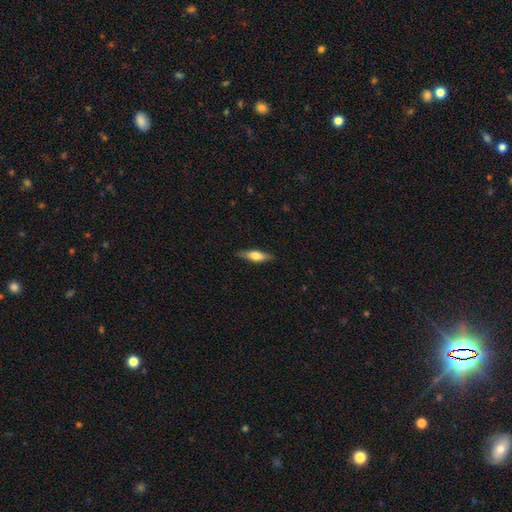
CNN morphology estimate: smooth_or_featured: smooth (p=0.50) [alt: featured or disk p=0.44]
merging: none (p=0.87) [alt: minor disturbance p=0.10]